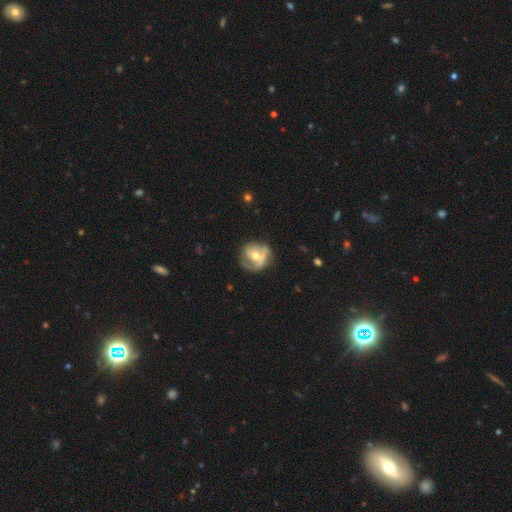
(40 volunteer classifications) This is possibly a featured or disk galaxy (57%). It is clearly not viewed edge-on (100%). Bar: clearly no (83%). Spiral arm pattern: likely yes (74%). Spiral arm count: marginally 2 (35%). Spiral winding: possibly tight (53%). Central bulge: clearly moderate (83%). Merging: possibly none (49%).